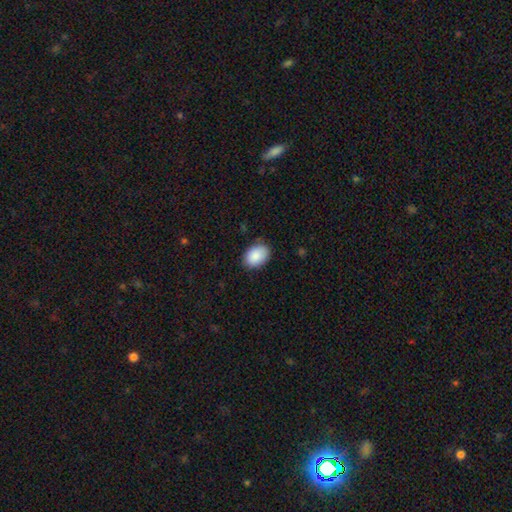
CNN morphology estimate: The model was most divided on "how rounded": in between: 83%, round: 16%, cigar-shaped: 1%. More confident: smooth or featured — smooth (89%); merging — none (84%).